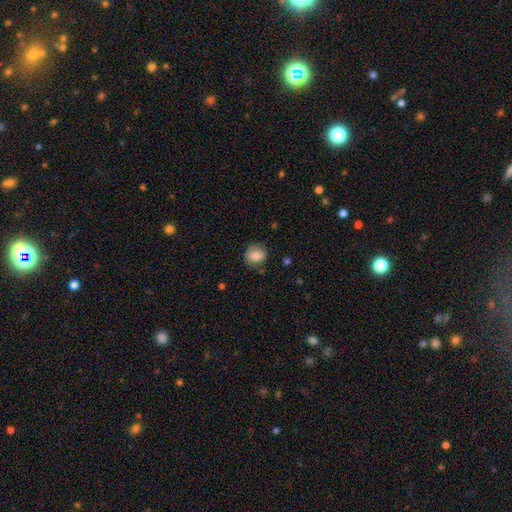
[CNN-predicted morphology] Smooth or featured: smooth — 74% (featured or disk — 18%)
How rounded: round — 73% (in between — 26%)
Merging: none — 73% (minor disturbance — 19%)